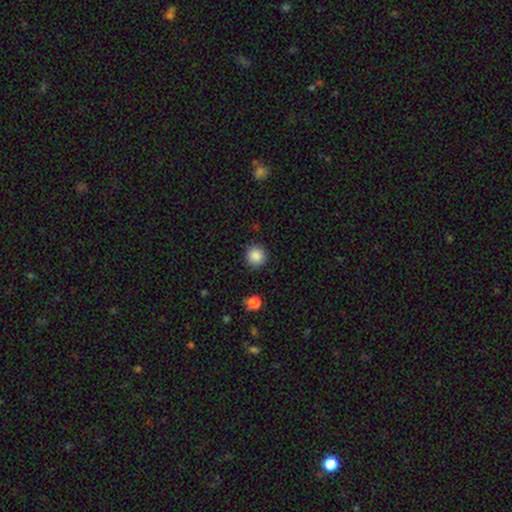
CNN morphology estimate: This is clearly a smooth galaxy (87%). How rounded: clearly round (95%). Merging: clearly none (90%).